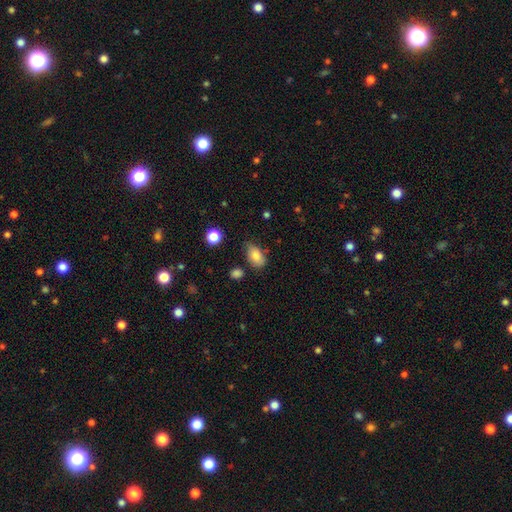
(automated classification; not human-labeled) This is clearly a smooth galaxy (81%). How rounded: clearly in between (89%). Merging: likely none (65%).